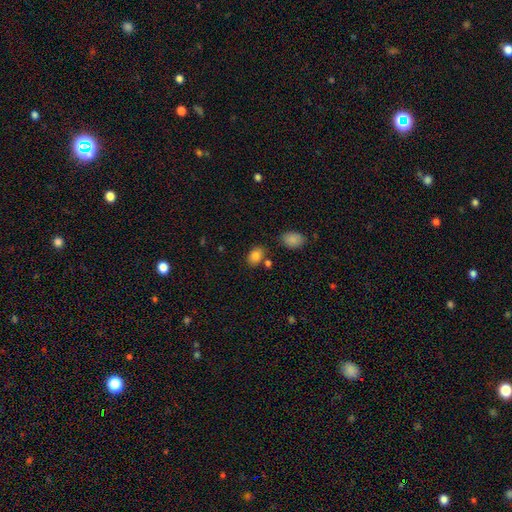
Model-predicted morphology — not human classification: smooth-or-featured: smooth: 84% | star or artifact: 10% | featured or disk: 6%
  how-rounded: in between: 73% | round: 26% | cigar-shaped: 1%
  merging: none: 68% | minor disturbance: 16% | merger: 11% | major disturbance: 5%